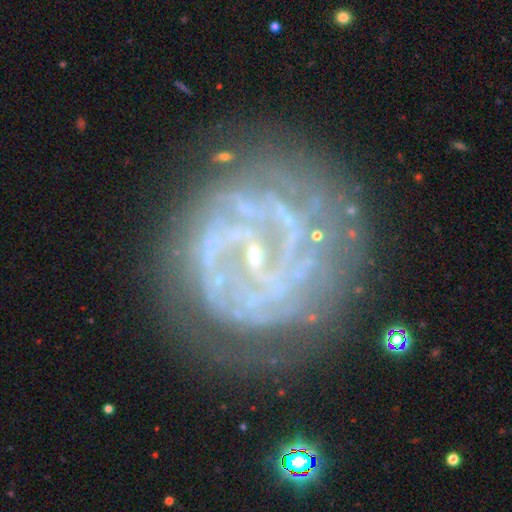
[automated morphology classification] A featured or disk galaxy (81%) with no bar (46%), tight (65%) spiral arms (81%) and a small central bulge (78%). Merging: none (71%).